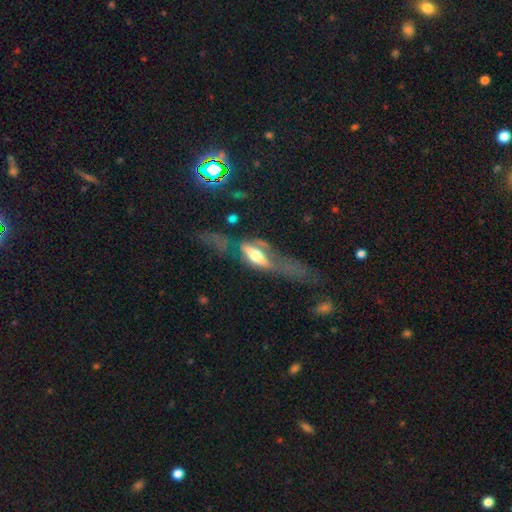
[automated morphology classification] featured or disk 60%, smooth 33%, star or artifact 7%. Down the decision tree: edge-on disk — yes (64%); merging — major disturbance (53%).